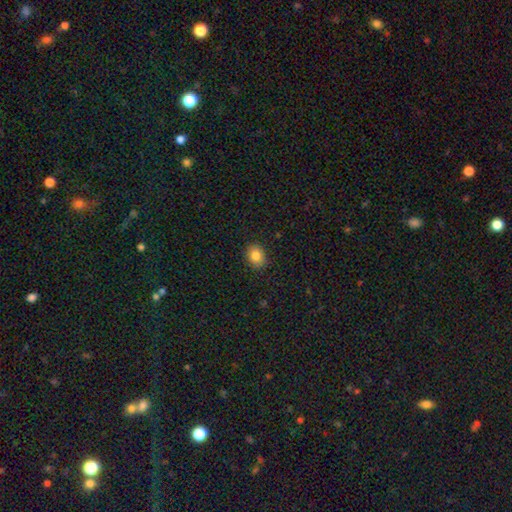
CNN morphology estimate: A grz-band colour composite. It shows a smooth galaxy with no disk features (84%) that is round (55%). Merging: none (89%).